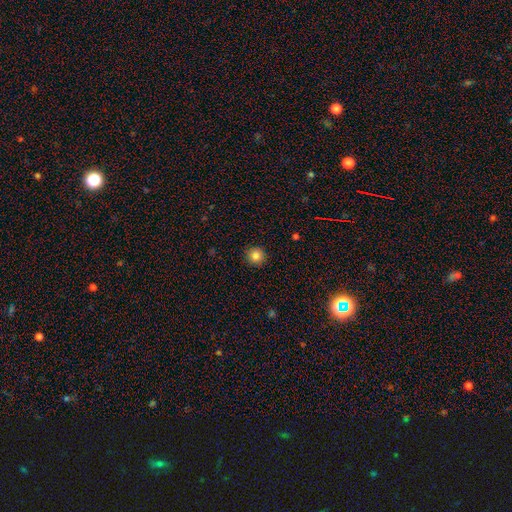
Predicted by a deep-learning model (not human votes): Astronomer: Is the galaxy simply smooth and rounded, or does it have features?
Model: smooth — 84%.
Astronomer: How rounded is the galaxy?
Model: round — 94%.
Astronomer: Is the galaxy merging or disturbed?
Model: none — 92%.